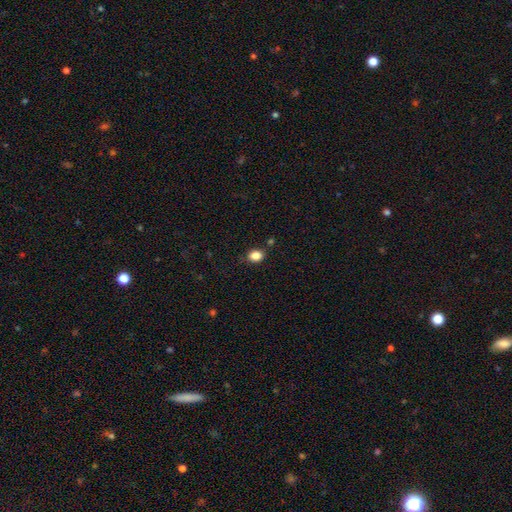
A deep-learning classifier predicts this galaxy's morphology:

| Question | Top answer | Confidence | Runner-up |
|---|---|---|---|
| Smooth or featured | smooth | 85% | star or artifact (11%) |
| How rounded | in between | 59% | round (40%) |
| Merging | none | 82% | minor disturbance (12%) |